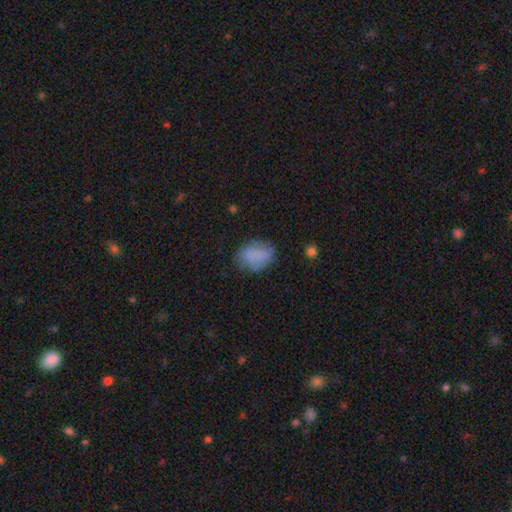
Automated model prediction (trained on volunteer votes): This appears to be a smooth galaxy with no disk features (77%) that is in between round and cigar-shaped (76%). Merging: none (65%).